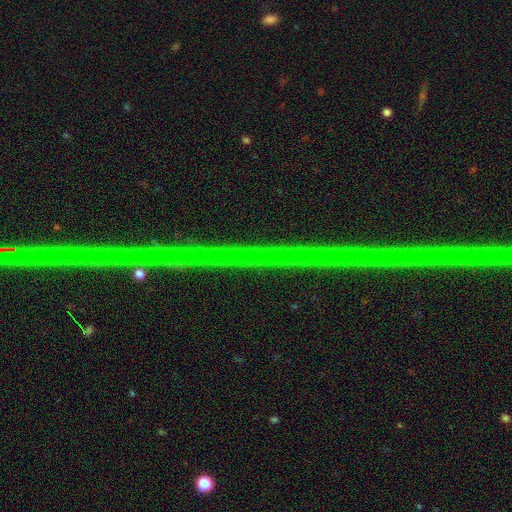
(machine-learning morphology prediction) Smooth or featured?
  - star or artifact: 83% *
  - featured or disk: 13%
  - smooth: 4%